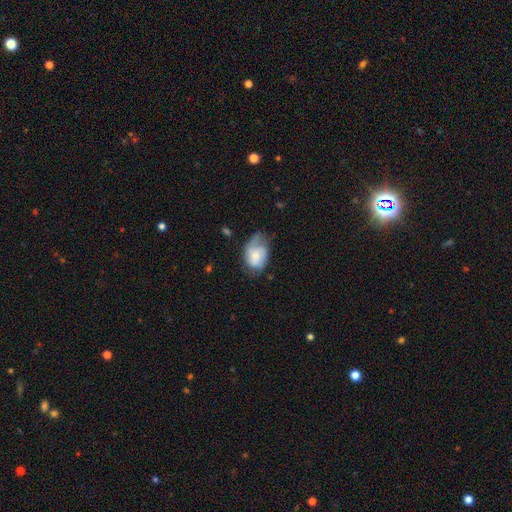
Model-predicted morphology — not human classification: A smooth galaxy with no disk features (52%) that is in between round and cigar-shaped (81%).

Vote fractions:
- Smooth or featured? smooth: 52% / featured or disk: 41% / star or artifact: 7%
- How rounded? in between: 81% / round: 18% / cigar-shaped: 1%
- Merging? none: 39% / minor disturbance: 36% / major disturbance: 22% / merger: 3%